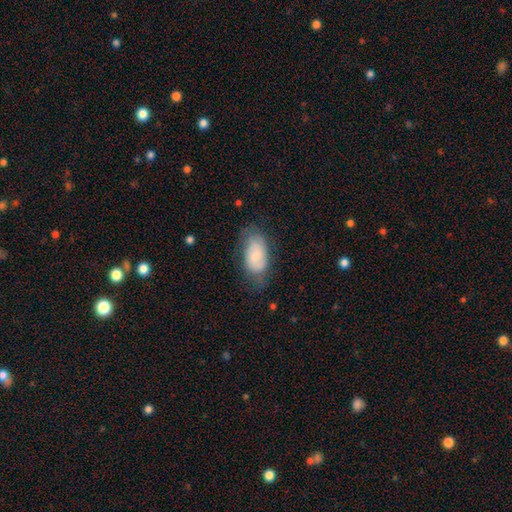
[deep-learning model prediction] A smooth galaxy with no disk features (67%) that is in between round and cigar-shaped (93%).

Vote fractions:
- Smooth or featured? smooth: 67% / featured or disk: 26% / star or artifact: 7%
- How rounded? in between: 93% / round: 5% / cigar-shaped: 2%
- Merging? none: 59% / minor disturbance: 28% / major disturbance: 11% / merger: 2%